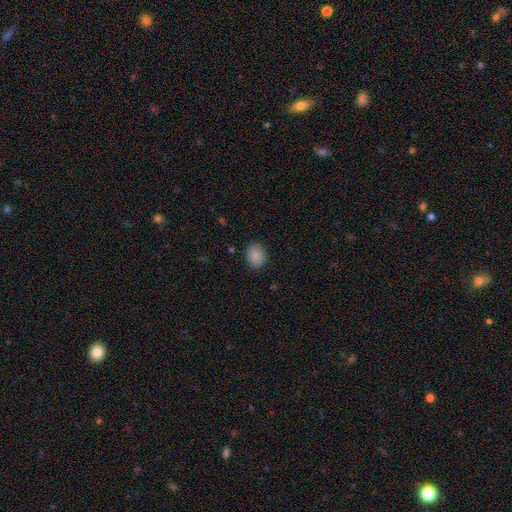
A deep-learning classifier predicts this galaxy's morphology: Smooth or featured? Predicted: smooth (p=0.88). How rounded? Predicted: in between (p=0.57). Merging? Predicted: none (p=0.87).